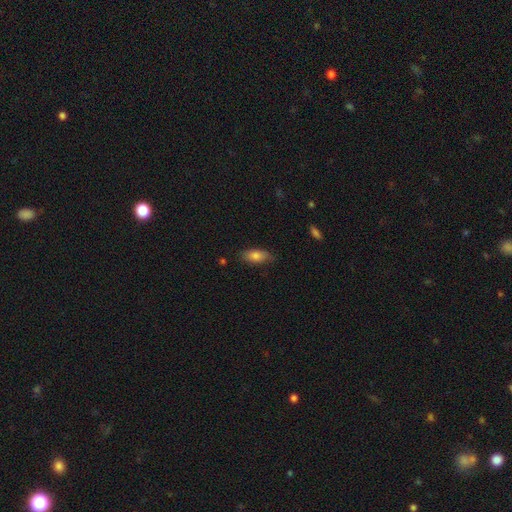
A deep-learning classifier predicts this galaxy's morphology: A smooth galaxy with no disk features (81%) that is in between round and cigar-shaped (86%).

Vote fractions:
- Smooth or featured? smooth: 81% / featured or disk: 12% / star or artifact: 7%
- How rounded? in between: 86% / cigar-shaped: 11% / round: 3%
- Merging? none: 78% / minor disturbance: 18% / major disturbance: 3% / merger: 1%